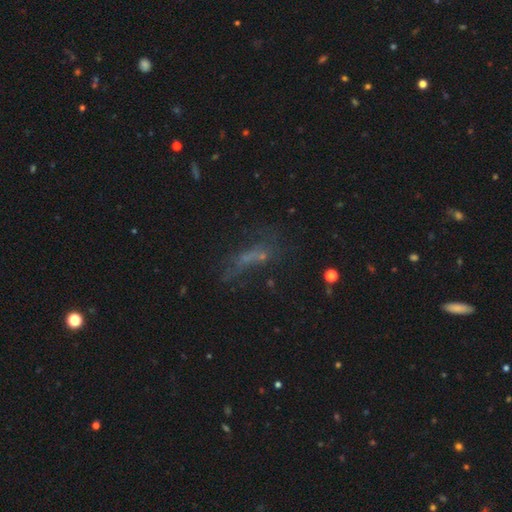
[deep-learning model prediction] Smooth or featured? Predicted: smooth (p=0.35). Merging? Predicted: none (p=0.41).